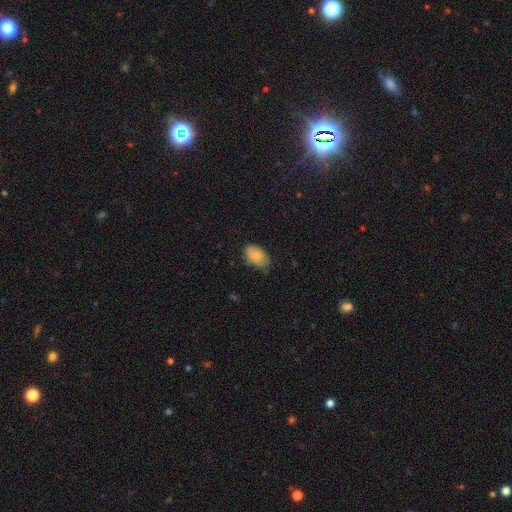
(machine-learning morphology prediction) smooth 79%, featured or disk 14%, star or artifact 7%. Down the decision tree: how rounded — in between (89%); merging — none (59%).